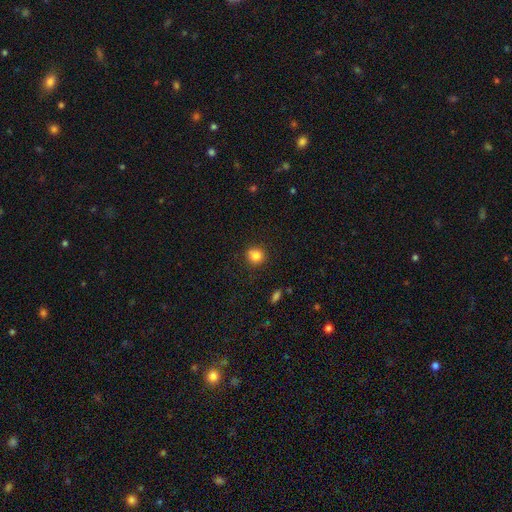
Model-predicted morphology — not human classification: Overall: smooth (83%). How rounded: round (89%). Merging: none (83%).